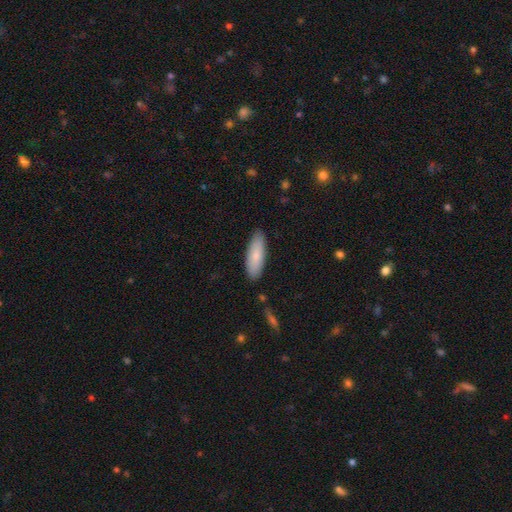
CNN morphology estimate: type=smooth (83%); roundness=in between (60%); merging=none (87%).